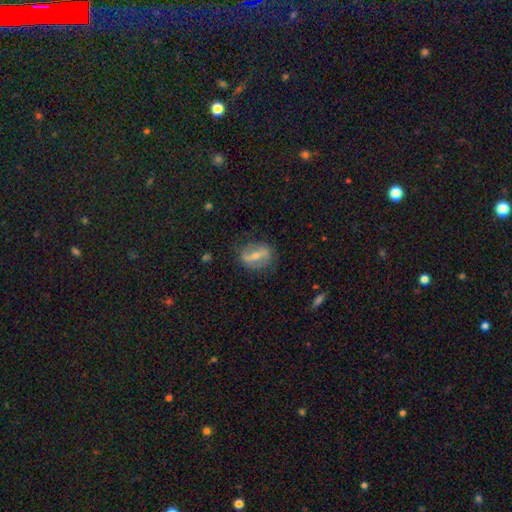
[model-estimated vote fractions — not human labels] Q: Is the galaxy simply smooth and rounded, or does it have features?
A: featured or disk — 56%.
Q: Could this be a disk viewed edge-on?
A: no — 88%.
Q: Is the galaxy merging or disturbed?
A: none — 72%.